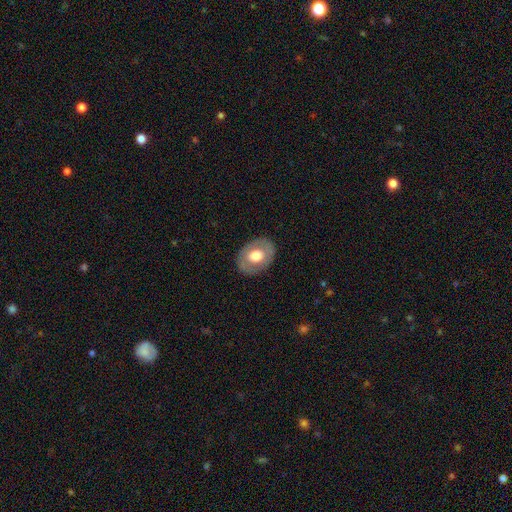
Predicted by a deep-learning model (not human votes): smooth 57%, featured or disk 37%, star or artifact 6%. Down the decision tree: how rounded — in between (68%); merging — none (84%).